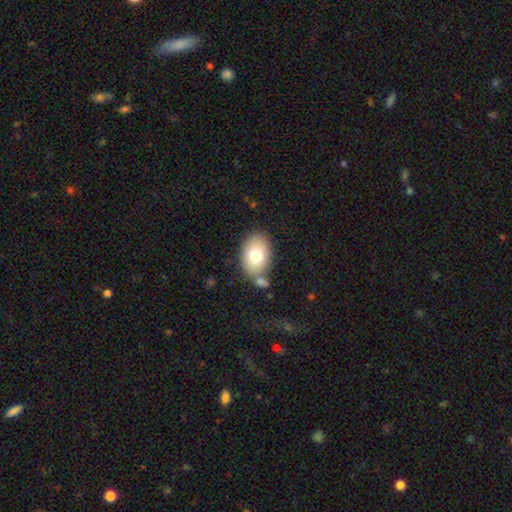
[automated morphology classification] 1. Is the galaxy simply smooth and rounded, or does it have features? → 75% smooth, 17% featured or disk, 8% star or artifact.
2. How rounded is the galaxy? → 82% in between, 17% round, 1% cigar-shaped.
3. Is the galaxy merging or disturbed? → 70% none, 13% minor disturbance, 12% merger, 4% major disturbance.